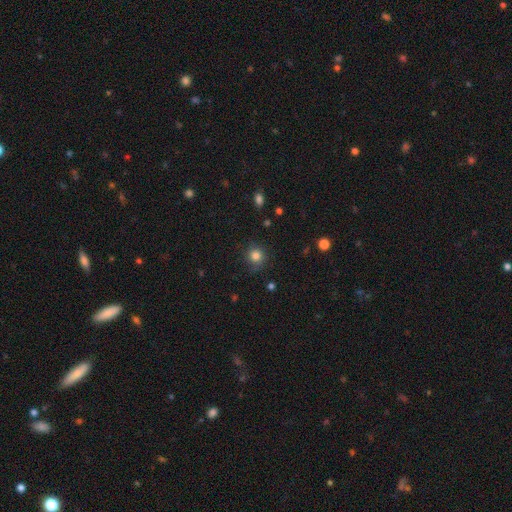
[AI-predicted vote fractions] A smooth galaxy with no disk features (82%) that is round (91%).

Vote fractions:
- Smooth or featured? smooth: 82% / star or artifact: 13% / featured or disk: 5%
- How rounded? round: 91% / in between: 8% / cigar-shaped: 1%
- Merging? none: 81% / minor disturbance: 14% / major disturbance: 4% / merger: 1%